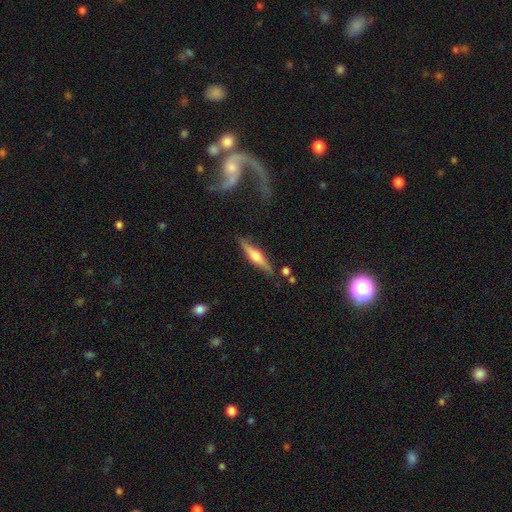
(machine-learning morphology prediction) Smooth or featured: featured or disk — 62% (smooth — 32%)
Edge-on disk: yes — 95% (no — 5%)
Edge-on bulge: rounded — 92% (boxy — 5%)
Merging: none — 83% (minor disturbance — 11%)